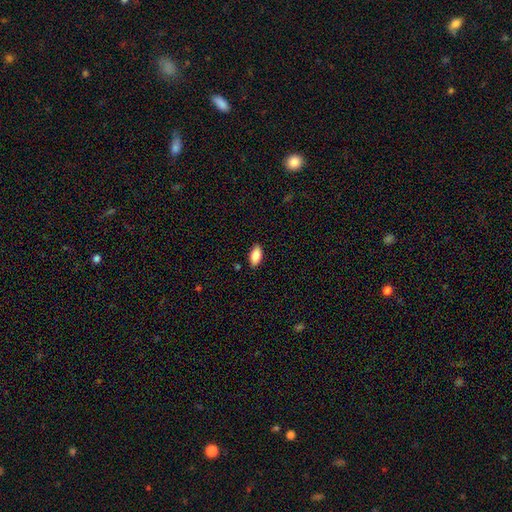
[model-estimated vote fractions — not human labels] Q: Smooth or featured?
A: smooth (85%); runner-up: featured or disk (8%)
Q: How rounded?
A: in between (91%); runner-up: cigar-shaped (6%)
Q: Merging?
A: none (87%); runner-up: minor disturbance (10%)